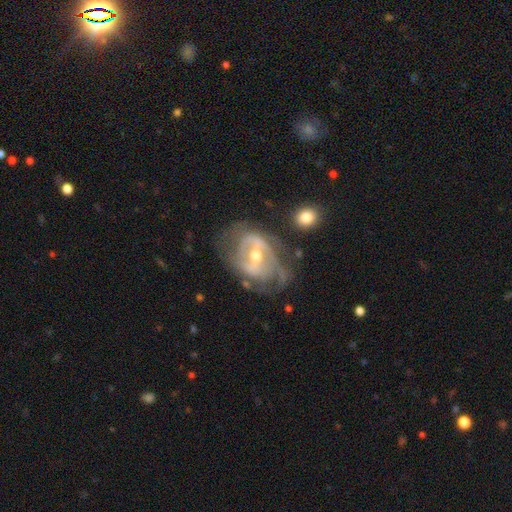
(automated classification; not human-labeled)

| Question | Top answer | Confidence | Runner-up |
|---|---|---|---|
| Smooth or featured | featured or disk | 84% | smooth (10%) |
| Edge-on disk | no | 96% | yes (4%) |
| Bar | strong | 44% | weak (38%) |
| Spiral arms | yes | 80% | no (20%) |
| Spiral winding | tight | 42% | medium (40%) |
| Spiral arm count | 2 | 43% | can't tell (34%) |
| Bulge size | moderate | 58% | small (37%) |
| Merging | none | 49% | minor disturbance (24%) |